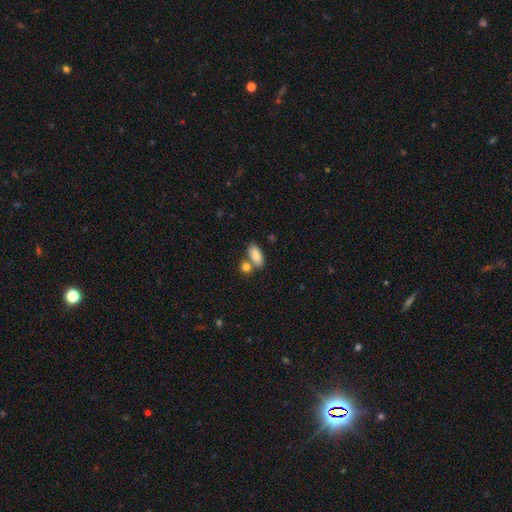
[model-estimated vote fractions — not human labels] This is clearly a smooth galaxy (85%). How rounded: clearly in between (89%). Merging: possibly none (57%).